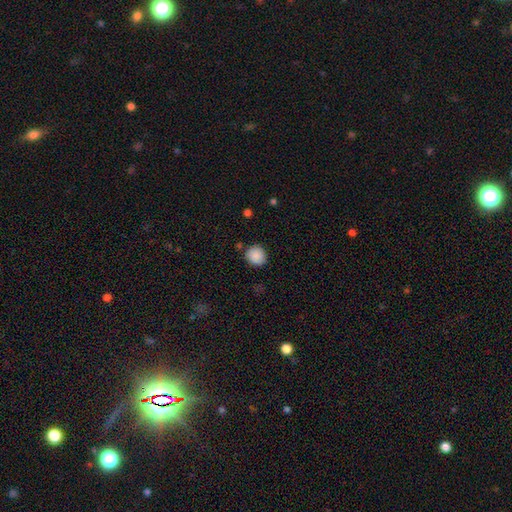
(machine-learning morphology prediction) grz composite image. It shows a smooth galaxy with no disk features (88%) that is round (84%). Merging: none (82%).